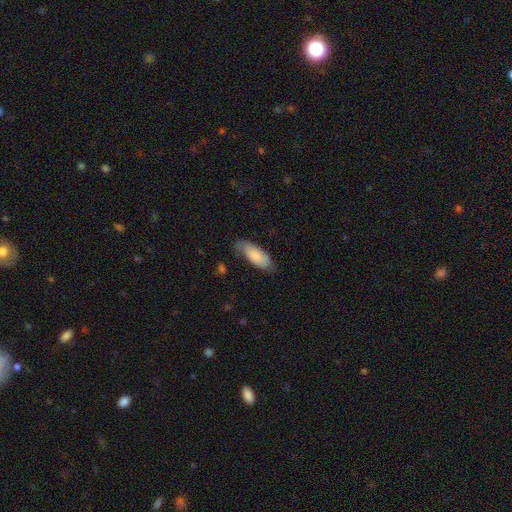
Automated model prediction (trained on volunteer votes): The model was most divided on "merging": none: 59%, minor disturbance: 31%, major disturbance: 8%, merger: 2%. More confident: how rounded — in between (80%); smooth or featured — smooth (80%).